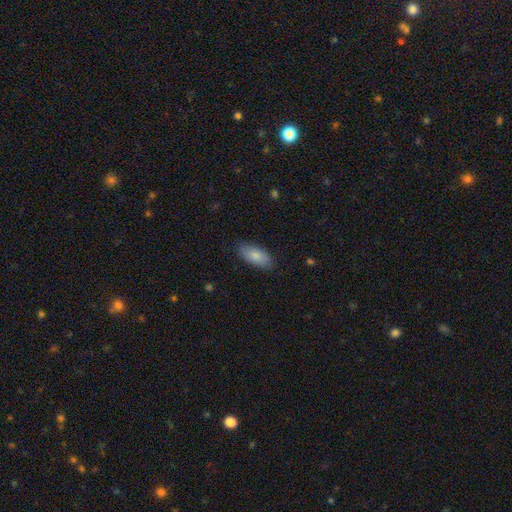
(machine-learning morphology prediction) Overall: smooth (83%). How rounded: in between (91%). Merging: none (83%).